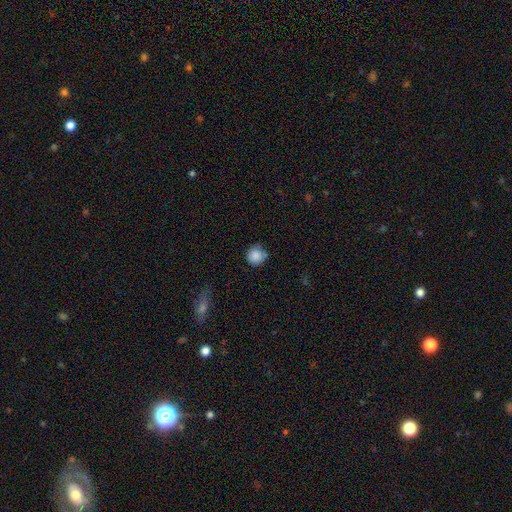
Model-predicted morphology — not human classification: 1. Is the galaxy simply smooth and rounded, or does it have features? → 86% smooth, 9% star or artifact, 5% featured or disk.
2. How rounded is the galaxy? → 91% round, 8% in between, 1% cigar-shaped.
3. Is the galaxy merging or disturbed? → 67% none, 23% minor disturbance, 6% merger, 5% major disturbance.